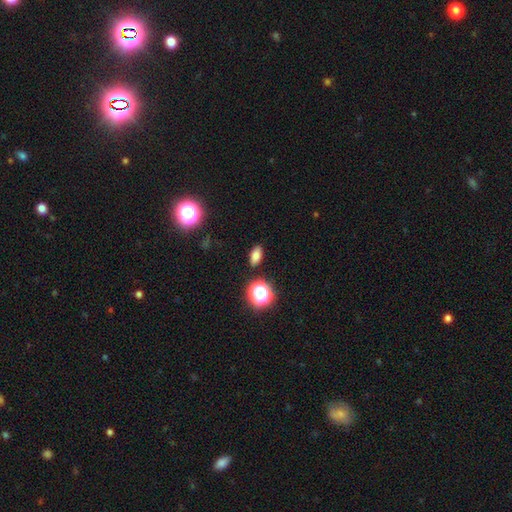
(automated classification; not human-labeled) Q: Smooth or featured?
A: smooth (77%); runner-up: star or artifact (15%)
Q: How rounded?
A: in between (84%); runner-up: round (12%)
Q: Merging?
A: none (88%); runner-up: minor disturbance (8%)